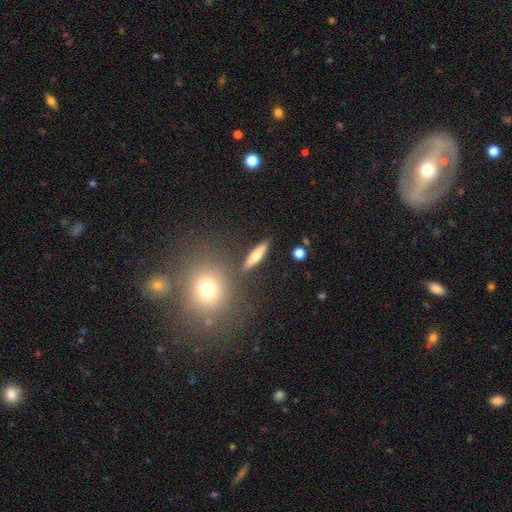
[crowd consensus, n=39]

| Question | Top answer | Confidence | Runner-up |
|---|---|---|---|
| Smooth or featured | smooth | 59% | featured or disk (36%) |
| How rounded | cigar-shaped | 65% | in between (30%) |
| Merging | none | 84% | minor disturbance (16%) |